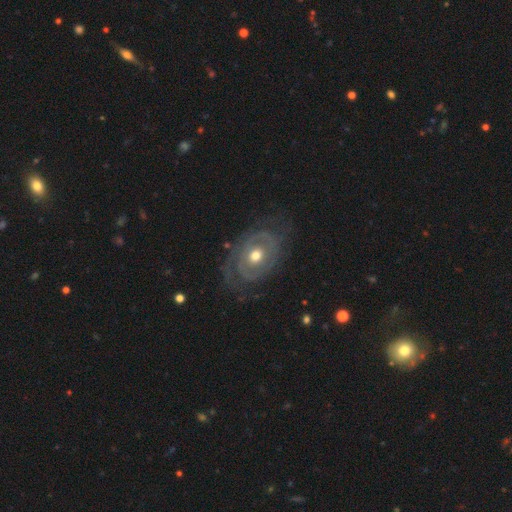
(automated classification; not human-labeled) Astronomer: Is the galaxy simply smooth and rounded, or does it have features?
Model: featured or disk — 80%.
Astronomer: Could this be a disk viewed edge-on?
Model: no — 96%.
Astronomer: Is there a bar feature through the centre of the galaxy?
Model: no — 81%.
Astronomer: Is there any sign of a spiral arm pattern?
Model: yes — 73%.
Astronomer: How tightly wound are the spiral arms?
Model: tight — 61%.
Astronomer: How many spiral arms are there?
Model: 2 — 48% (runner-up: can't tell, 28%).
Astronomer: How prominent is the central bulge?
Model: moderate — 76%.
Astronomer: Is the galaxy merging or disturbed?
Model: none — 70%.